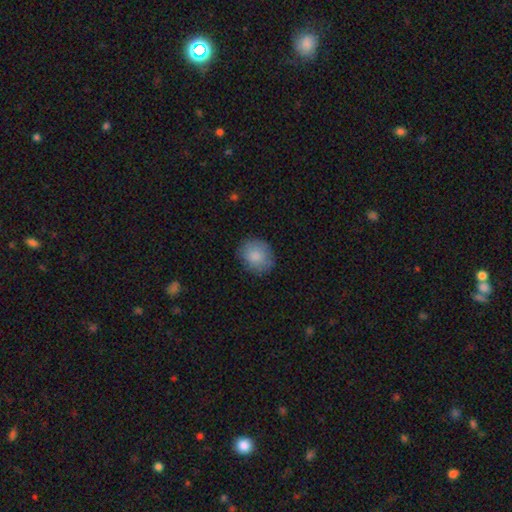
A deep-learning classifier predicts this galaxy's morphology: Overall: smooth (85%). How rounded: round (72%). Merging: none (81%).